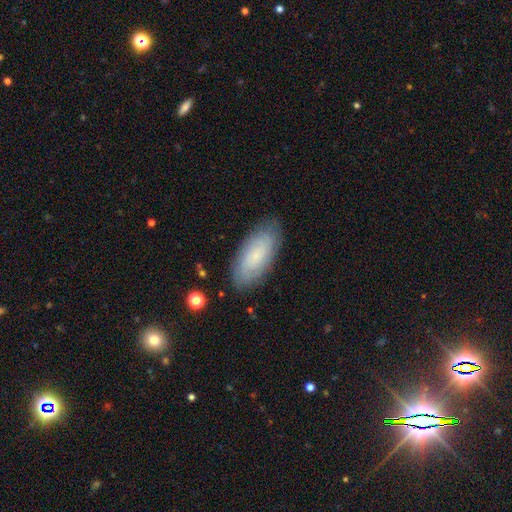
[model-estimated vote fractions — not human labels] Q: Smooth or featured?
A: smooth (56%); runner-up: featured or disk (36%)
Q: How rounded?
A: in between (88%); runner-up: cigar-shaped (10%)
Q: Merging?
A: none (81%); runner-up: minor disturbance (14%)